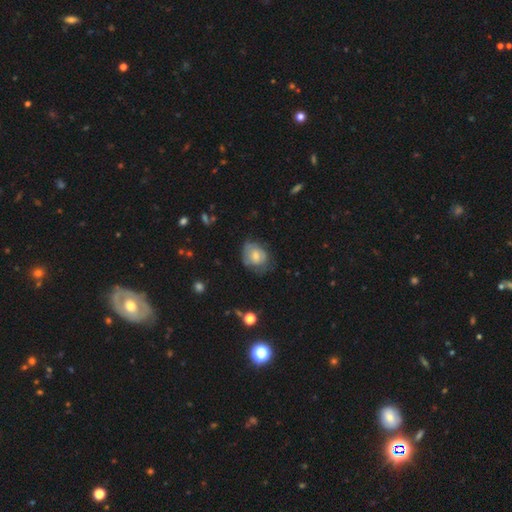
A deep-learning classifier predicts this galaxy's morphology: The model was most divided on "how rounded": in between: 57%, round: 42%, cigar-shaped: 1%. More confident: smooth or featured — smooth (60%); merging — none (53%).